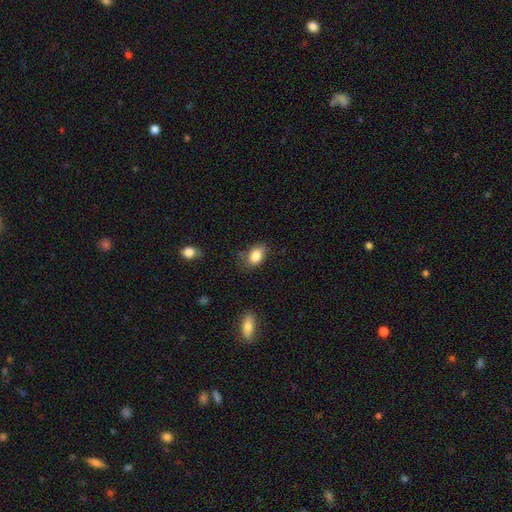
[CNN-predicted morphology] smooth-or-featured: smooth: 84% | star or artifact: 9% | featured or disk: 7%
  how-rounded: in between: 81% | round: 18% | cigar-shaped: 2%
  merging: none: 67% | minor disturbance: 24% | major disturbance: 6% | merger: 3%